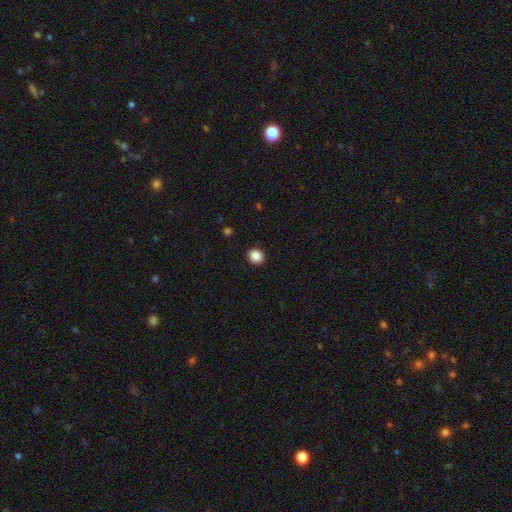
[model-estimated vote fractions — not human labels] This is clearly a smooth galaxy (86%). How rounded: likely round (80%). Merging: clearly none (92%).